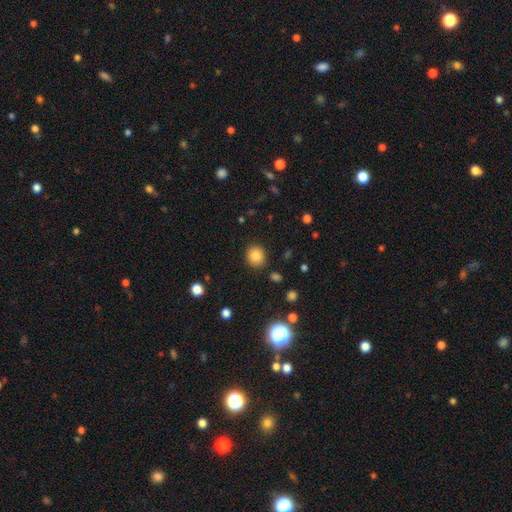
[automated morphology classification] Smooth or featured? smooth (83%)
How rounded? round (79%)
Merging? none (89%)